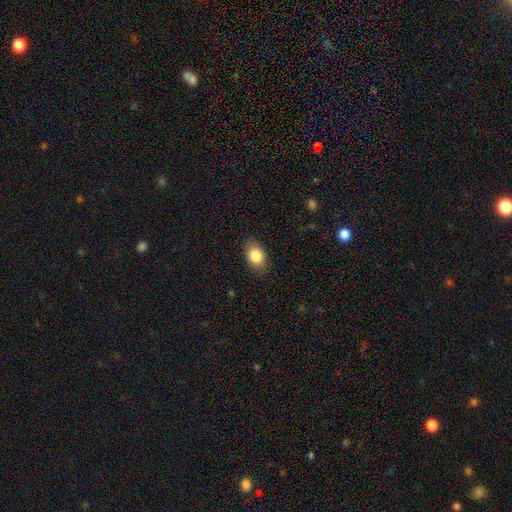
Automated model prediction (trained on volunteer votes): The model was most divided on "how rounded": in between: 84%, round: 14%, cigar-shaped: 2%. More confident: merging — none (84%); smooth or featured — smooth (84%).